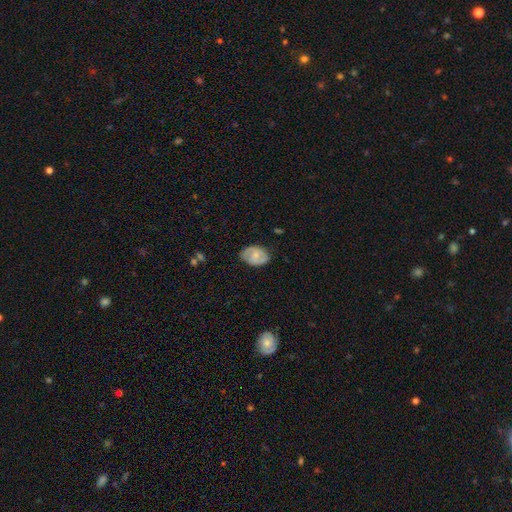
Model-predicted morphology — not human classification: The model was most divided on "smooth or featured": featured or disk: 48%, smooth: 46%, star or artifact: 7%. More confident: merging — none (74%).